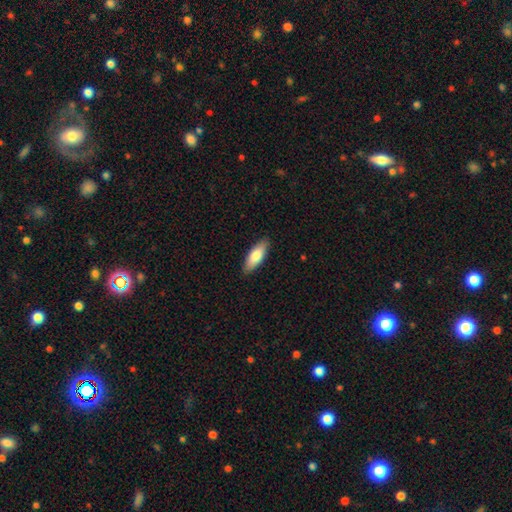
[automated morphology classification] Smooth or featured? Predicted: smooth (p=0.79). How rounded? Predicted: in between (p=0.67). Merging? Predicted: none (p=0.88).